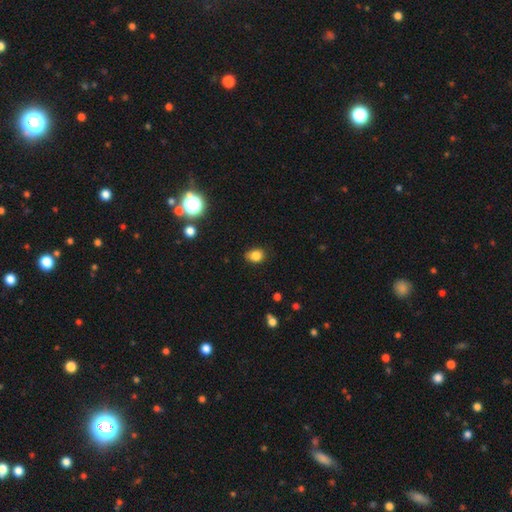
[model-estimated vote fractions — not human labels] smooth-or-featured: smooth: 83% | star or artifact: 12% | featured or disk: 6%
  how-rounded: in between: 55% | round: 44% | cigar-shaped: 1%
  merging: none: 75% | minor disturbance: 20% | major disturbance: 3% | merger: 2%